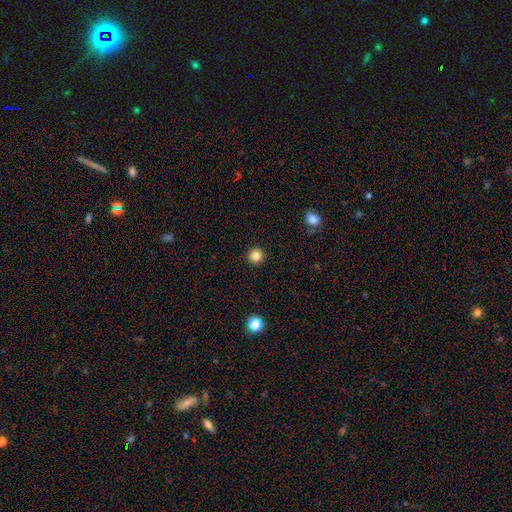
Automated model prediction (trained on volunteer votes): smooth-or-featured: smooth: 84% | star or artifact: 12% | featured or disk: 4%
  how-rounded: round: 96% | in between: 3% | cigar-shaped: 1%
  merging: none: 93% | minor disturbance: 4% | major disturbance: 2% | merger: 1%